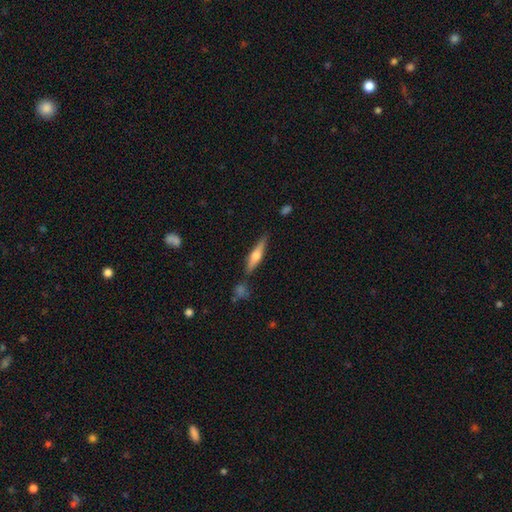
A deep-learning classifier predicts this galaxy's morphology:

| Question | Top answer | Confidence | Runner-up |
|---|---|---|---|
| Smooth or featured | featured or disk | 47% | tied: smooth (47%) |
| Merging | none | 80% | minor disturbance (12%) |